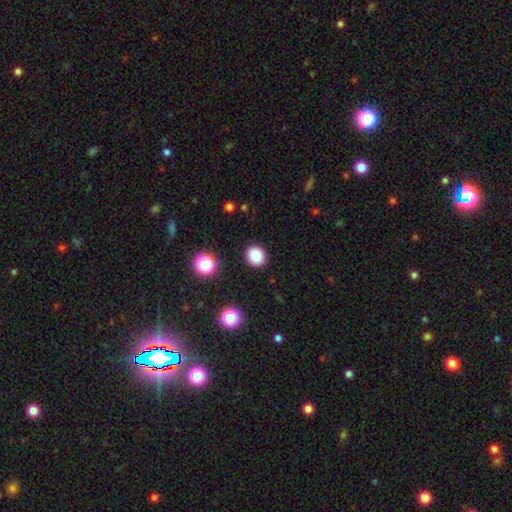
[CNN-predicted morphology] smooth_or_featured: smooth (p=0.85) [alt: star or artifact p=0.11]
how_rounded: round (p=0.77) [alt: in between p=0.22]
merging: none (p=0.90) [alt: minor disturbance p=0.06]